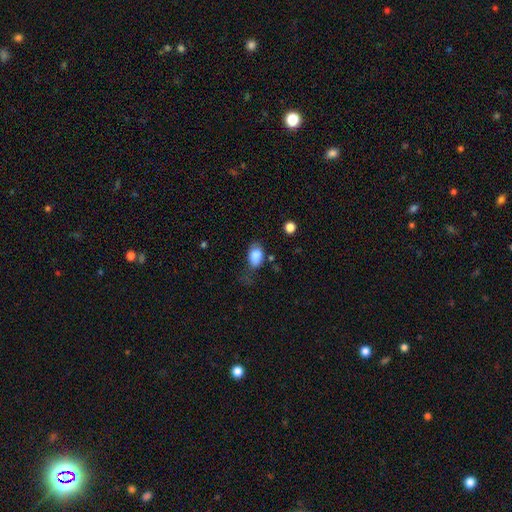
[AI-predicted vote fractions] A smooth galaxy with no disk features (85%) that is in between round and cigar-shaped (85%). Merging: none (51%).